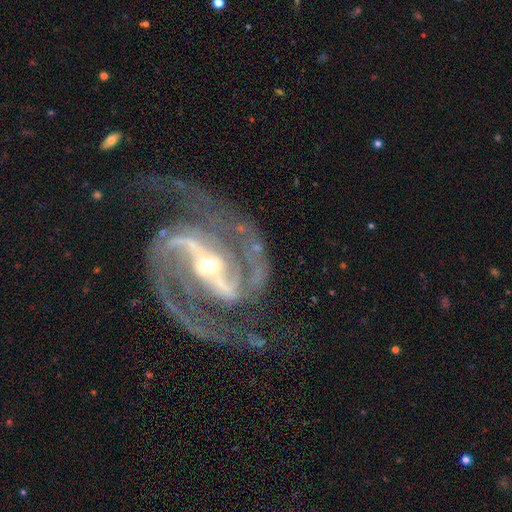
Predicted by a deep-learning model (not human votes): Smooth or featured: featured or disk — 94% (star or artifact — 4%)
Edge-on disk: no — 98% (yes — 2%)
Bar: strong — 69% (weak — 23%)
Spiral arms: yes — 99% (no — 1%)
Spiral winding: medium — 65% (tight — 21%)
Spiral arm count: 2 — 92% (3 — 3%)
Bulge size: small — 54% (moderate — 42%)
Merging: none — 73% (minor disturbance — 15%)